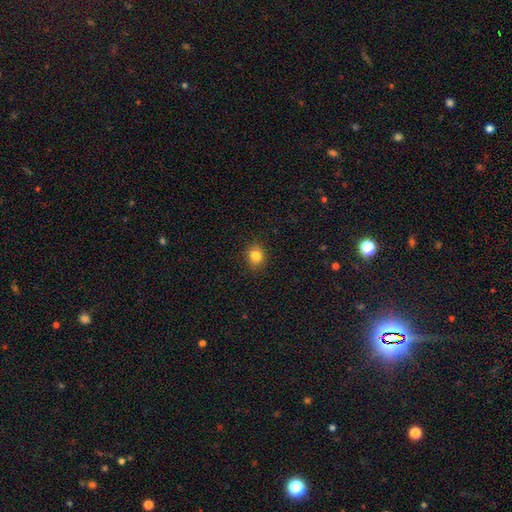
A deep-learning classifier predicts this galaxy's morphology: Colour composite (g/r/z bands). It shows a smooth galaxy with no disk features (83%) that is round (74%). Merging: none (89%).